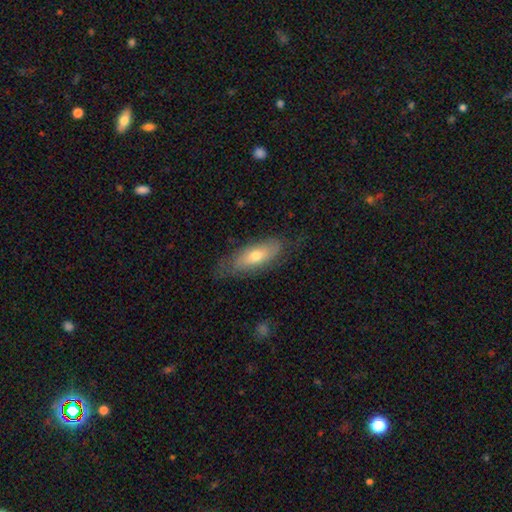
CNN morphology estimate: This is possibly a smooth galaxy (59%). How rounded: likely in between (69%). Merging: likely none (70%).